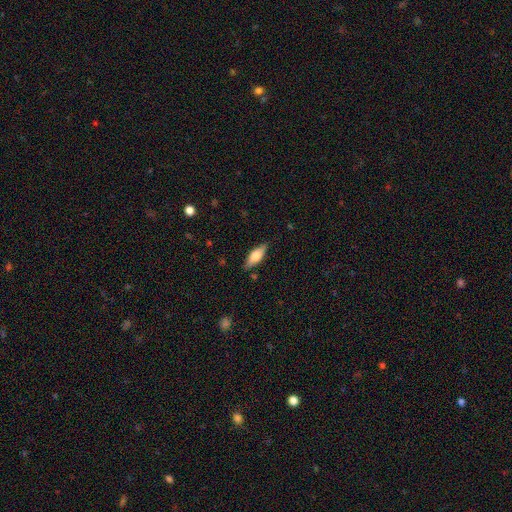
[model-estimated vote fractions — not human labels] A smooth galaxy with no disk features (64%) that is in between round and cigar-shaped (68%). Merging: none (84%).